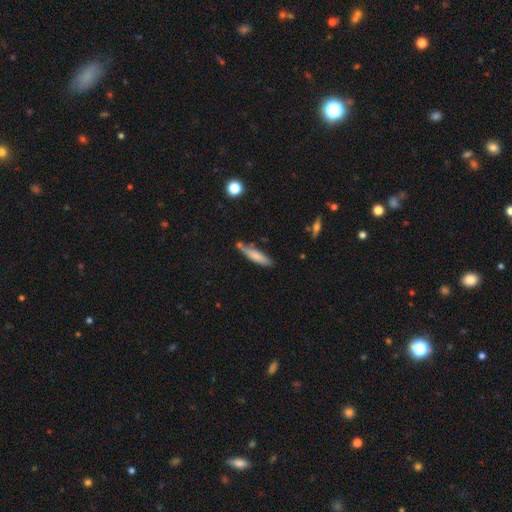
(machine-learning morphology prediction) type=smooth (73%); roundness=cigar-shaped (79%); merging=none (69%).